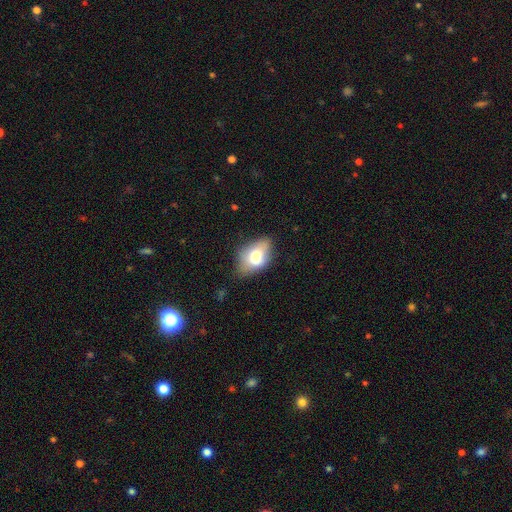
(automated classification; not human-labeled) This appears to be a smooth galaxy with no disk features (67%) that is in between round and cigar-shaped (86%). Merging: none (50%).